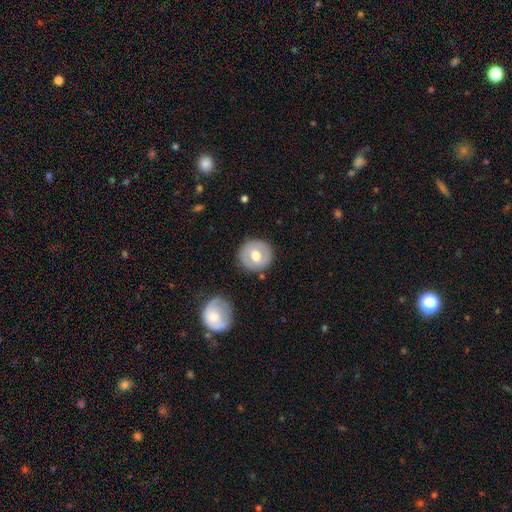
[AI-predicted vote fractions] Smooth or featured?
  - smooth: 53% *
  - featured or disk: 41%
  - star or artifact: 6%
How rounded?
  - round: 91% *
  - in between: 8%
  - cigar-shaped: 1%
Merging?
  - none: 86% *
  - minor disturbance: 9%
  - major disturbance: 3%
  - merger: 2%